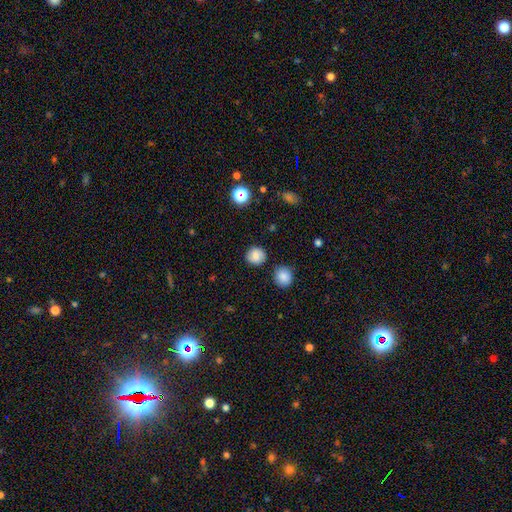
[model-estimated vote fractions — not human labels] Overall: smooth (80%). How rounded: round (89%). Merging: none (84%).